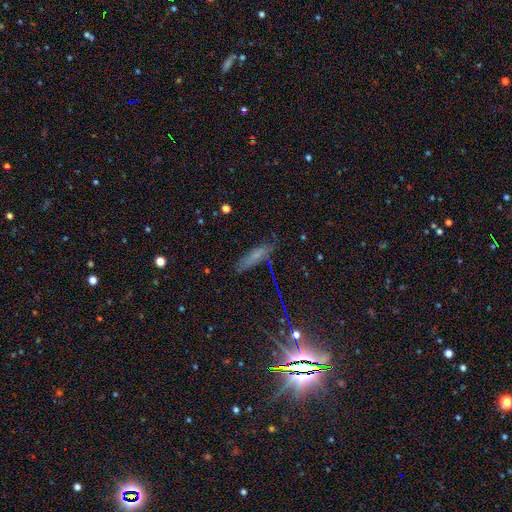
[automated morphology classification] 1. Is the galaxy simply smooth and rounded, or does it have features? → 51% smooth, 25% star or artifact, 24% featured or disk.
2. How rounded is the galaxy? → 70% cigar-shaped, 27% in between, 3% round.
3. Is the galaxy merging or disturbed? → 74% none, 18% minor disturbance, 5% major disturbance, 3% merger.